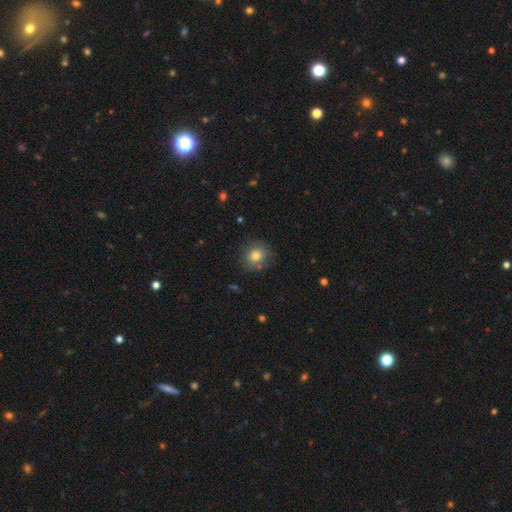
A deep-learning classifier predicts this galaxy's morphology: A smooth galaxy with no disk features (79%) that is round (84%). Merging: none (82%).